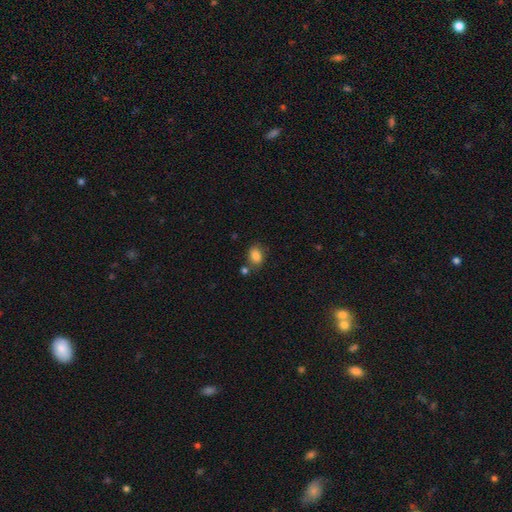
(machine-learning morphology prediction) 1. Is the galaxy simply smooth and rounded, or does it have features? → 84% smooth, 9% star or artifact, 7% featured or disk.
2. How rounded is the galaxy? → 75% in between, 24% round, 1% cigar-shaped.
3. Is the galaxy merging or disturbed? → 68% none, 16% minor disturbance, 11% merger, 4% major disturbance.